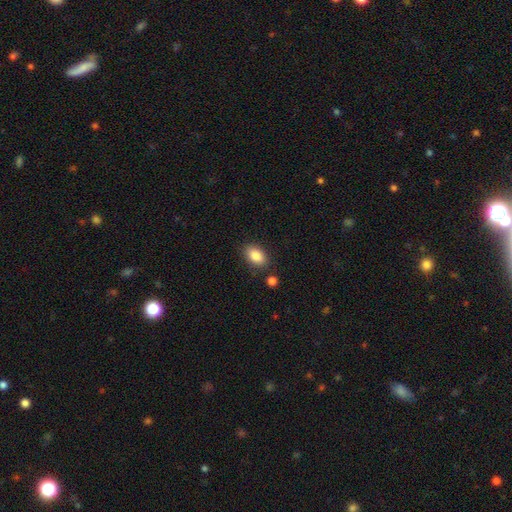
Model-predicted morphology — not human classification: The model was most divided on "merging": none: 83%, minor disturbance: 10%, merger: 4%, major disturbance: 3%. More confident: how rounded — in between (89%); smooth or featured — smooth (86%).